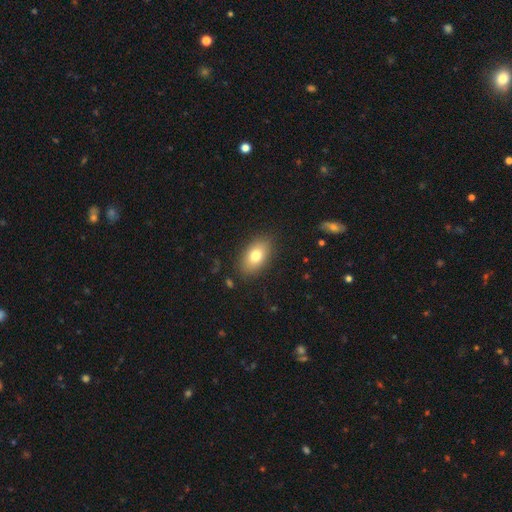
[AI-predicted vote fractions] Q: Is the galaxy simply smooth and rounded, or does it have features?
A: smooth — 78%.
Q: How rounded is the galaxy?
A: in between — 89%.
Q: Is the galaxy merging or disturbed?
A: none — 86%.